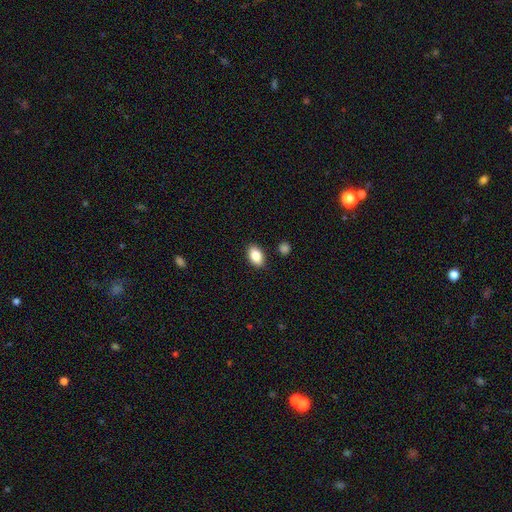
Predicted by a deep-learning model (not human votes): Overall: smooth (87%). How rounded: in between (89%). Merging: none (87%).